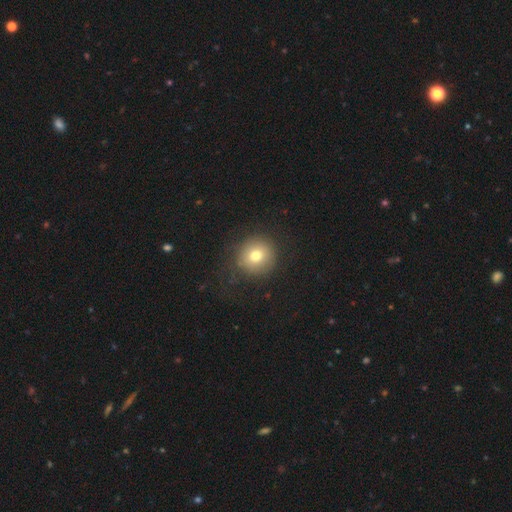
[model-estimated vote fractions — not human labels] Smooth or featured? smooth (75%)
How rounded? round (92%)
Merging? none (82%)